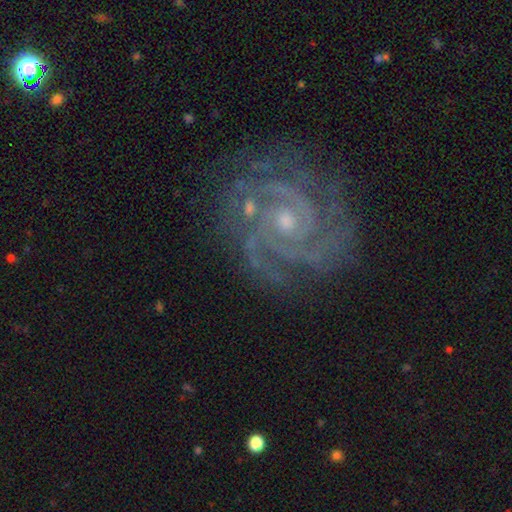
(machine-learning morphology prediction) smooth_or_featured: featured or disk (p=0.92) [alt: star or artifact p=0.06]
disk_edge_on: no (p=0.98) [alt: yes p=0.02]
bar: no (p=0.68) [alt: weak p=0.25]
has_spiral_arms: yes (p=0.99) [alt: no p=0.01]
spiral_winding: tight (p=0.73) [alt: medium p=0.24]
spiral_arm_count: 2 (p=0.38) [alt: 3 p=0.31]
bulge_size: small (p=0.58) [alt: moderate p=0.38]
merging: none (p=0.76) [alt: minor disturbance p=0.16]